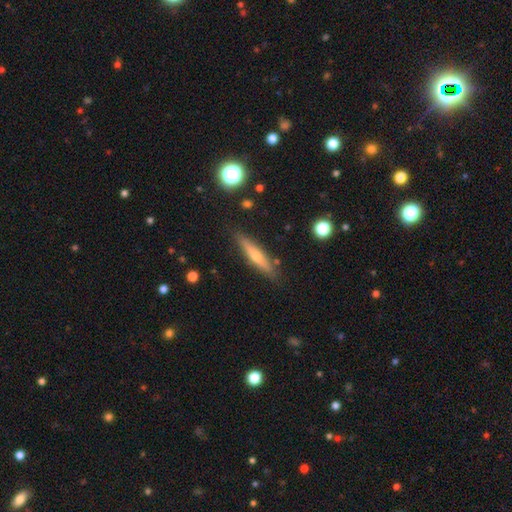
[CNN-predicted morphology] featured or disk 50%, smooth 42%, star or artifact 7%. Down the decision tree: edge-on disk — yes (92%); merging — none (87%).